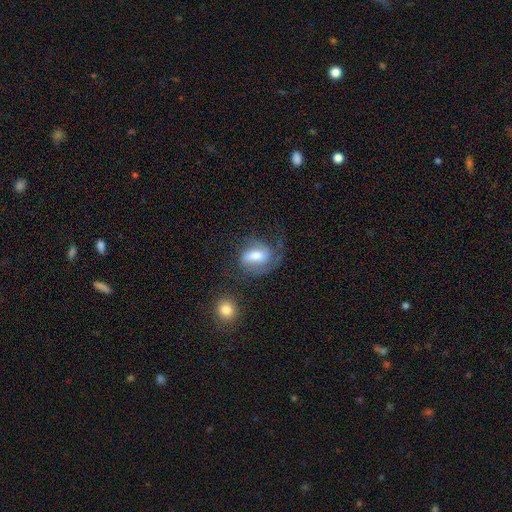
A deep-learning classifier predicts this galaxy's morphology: smooth_or_featured: featured or disk (p=0.60) [alt: smooth p=0.32]
disk_edge_on: no (p=0.96) [alt: yes p=0.04]
bar: weak (p=0.47) [alt: no p=0.27]
has_spiral_arms: yes (p=0.87) [alt: no p=0.13]
spiral_winding: medium (p=0.45) [alt: tight p=0.32]
spiral_arm_count: 2 (p=0.61) [alt: 1 p=0.21]
bulge_size: moderate (p=0.57) [alt: large p=0.21]
merging: none (p=0.49) [alt: major disturbance p=0.24]